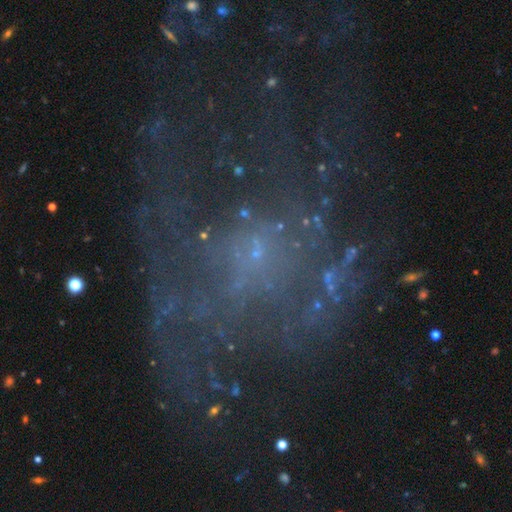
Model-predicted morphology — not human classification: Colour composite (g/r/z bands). It shows a featured or disk galaxy (54%) with no bar (81%), no spiral arms (61%) and a small central bulge (49%). Merging: none (44%).